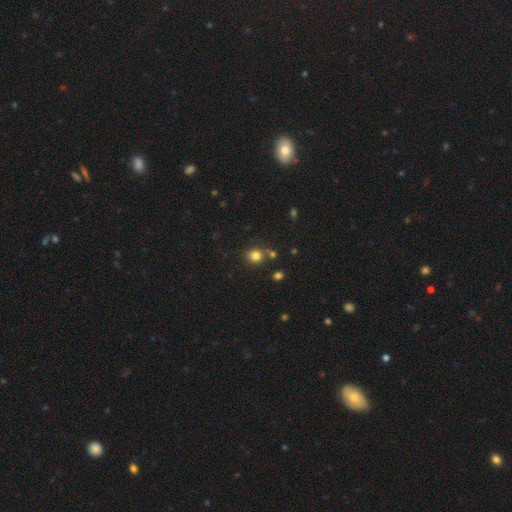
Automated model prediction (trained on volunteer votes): Smooth or featured: smooth — 80% (star or artifact — 14%)
How rounded: round — 77% (in between — 22%)
Merging: none — 73% (minor disturbance — 12%)